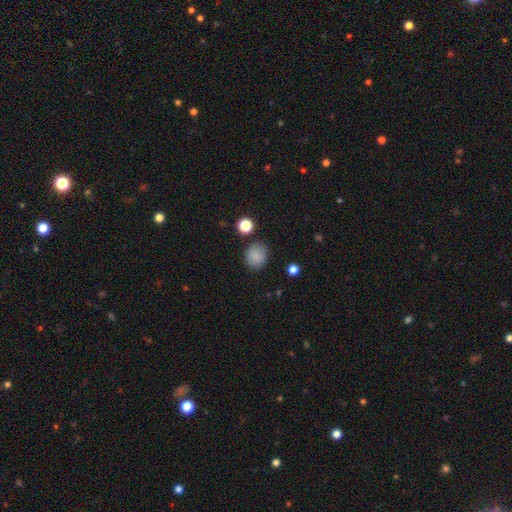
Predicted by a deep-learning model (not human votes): smooth_or_featured: smooth (p=0.85) [alt: star or artifact p=0.10]
how_rounded: round (p=0.80) [alt: in between p=0.19]
merging: none (p=0.83) [alt: minor disturbance p=0.11]